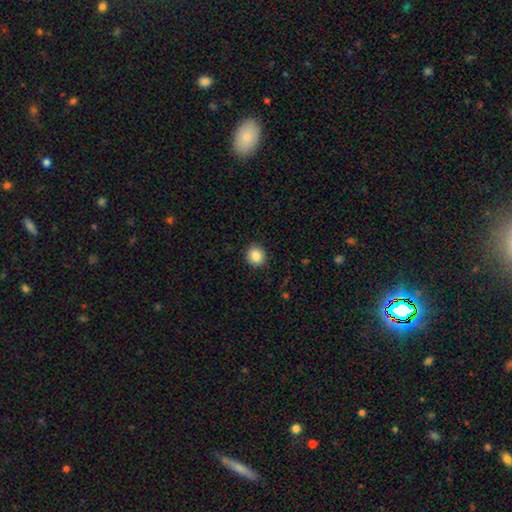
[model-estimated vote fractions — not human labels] A smooth galaxy with no disk features (86%) that is round (85%). Merging: none (91%).